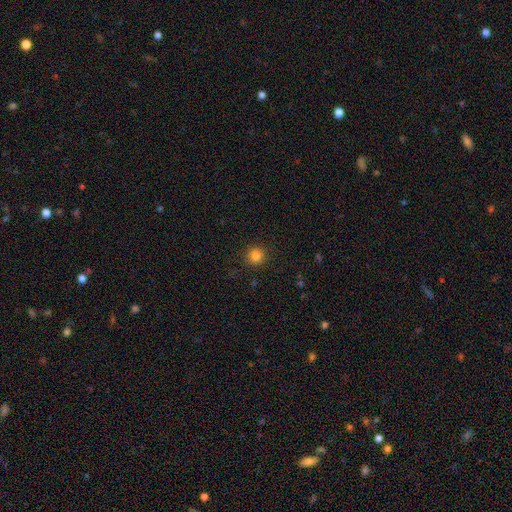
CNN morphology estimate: smooth-or-featured: smooth: 83% | star or artifact: 12% | featured or disk: 4%
  how-rounded: round: 93% | in between: 6% | cigar-shaped: 1%
  merging: none: 90% | minor disturbance: 7% | major disturbance: 2% | merger: 1%